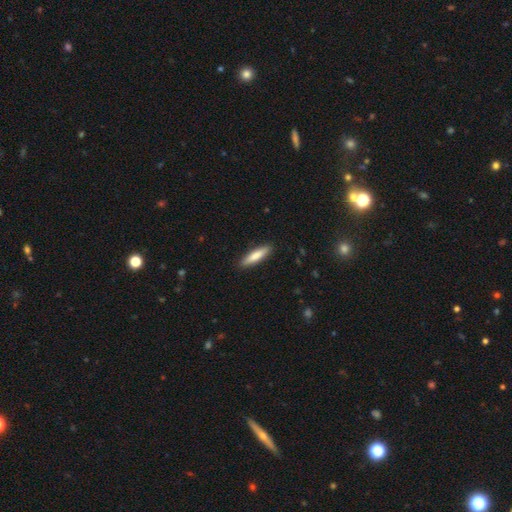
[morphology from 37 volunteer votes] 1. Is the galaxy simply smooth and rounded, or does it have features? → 73% smooth, 22% featured or disk, 5% star or artifact.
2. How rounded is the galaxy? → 70% cigar-shaped, 30% in between, 0% round.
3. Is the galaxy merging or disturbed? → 80% none, 14% minor disturbance, 6% major disturbance, 0% merger.